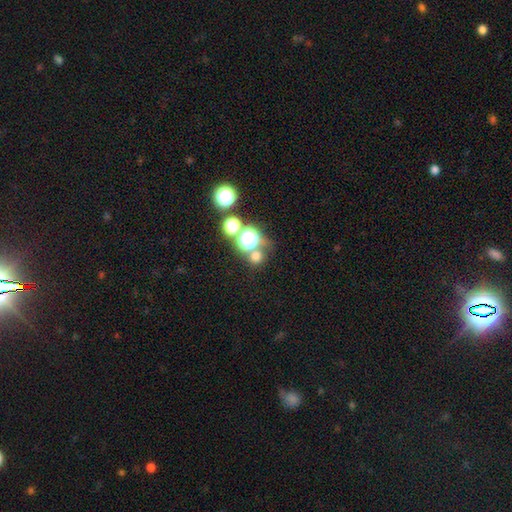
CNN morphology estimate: A smooth galaxy with no disk features (63%) that is round (87%).

Vote fractions:
- Smooth or featured? smooth: 63% / star or artifact: 28% / featured or disk: 9%
- How rounded? round: 87% / in between: 12% / cigar-shaped: 1%
- Merging? none: 62% / merger: 24% / minor disturbance: 9% / major disturbance: 6%